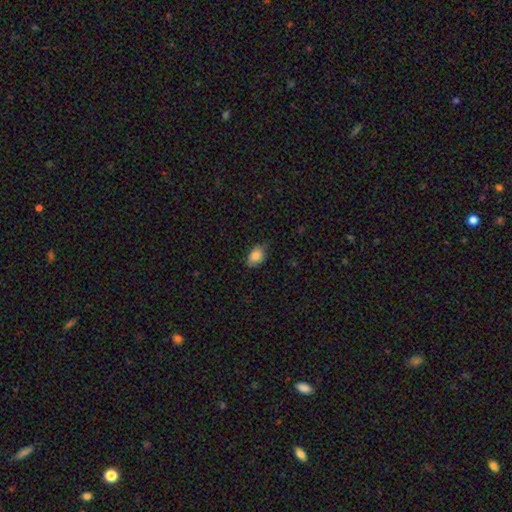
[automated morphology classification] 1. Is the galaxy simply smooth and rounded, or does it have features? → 84% smooth, 8% star or artifact, 8% featured or disk.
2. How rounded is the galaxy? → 83% in between, 15% round, 1% cigar-shaped.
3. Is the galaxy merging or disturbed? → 73% none, 23% minor disturbance, 3% major disturbance, 1% merger.